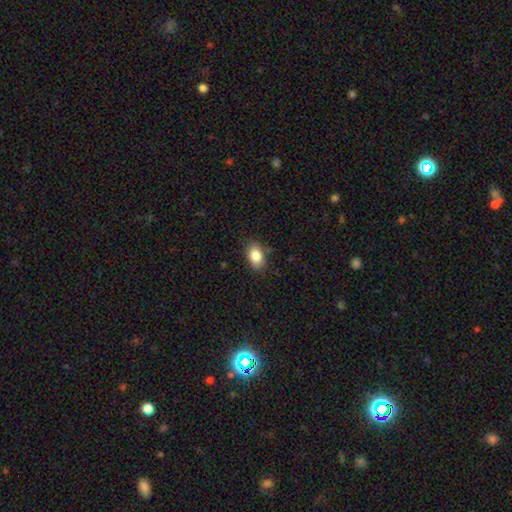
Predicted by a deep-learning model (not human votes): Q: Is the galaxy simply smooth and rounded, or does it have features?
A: smooth — 85%.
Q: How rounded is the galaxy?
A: in between — 86%.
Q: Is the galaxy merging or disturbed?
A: none — 83%.